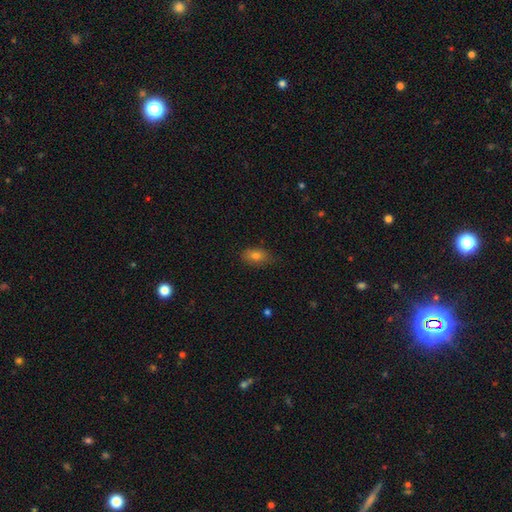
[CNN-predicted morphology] A smooth galaxy with no disk features (77%) that is in between round and cigar-shaped (85%).

Vote fractions:
- Smooth or featured? smooth: 77% / featured or disk: 12% / star or artifact: 11%
- How rounded? in between: 85% / round: 10% / cigar-shaped: 5%
- Merging? none: 78% / minor disturbance: 17% / major disturbance: 3% / merger: 1%